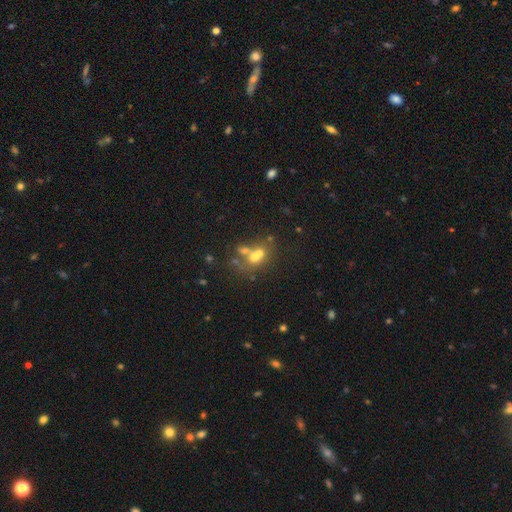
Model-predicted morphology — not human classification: The model was most divided on "smooth or featured": smooth: 50%, featured or disk: 32%, star or artifact: 18%. More confident: merging — merger (55%).